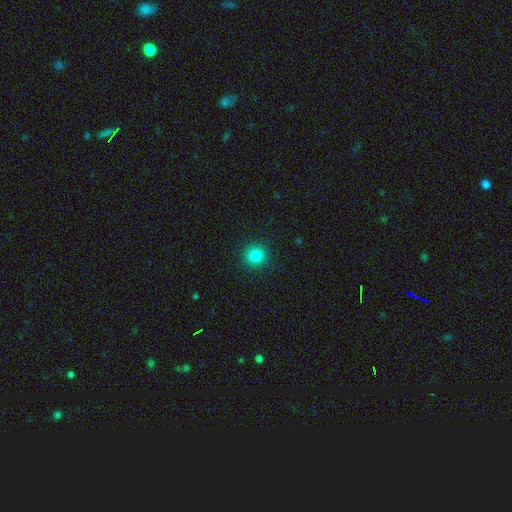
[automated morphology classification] Q: Smooth or featured?
A: smooth (83%); runner-up: star or artifact (12%)
Q: How rounded?
A: round (94%); runner-up: in between (5%)
Q: Merging?
A: none (92%); runner-up: minor disturbance (5%)